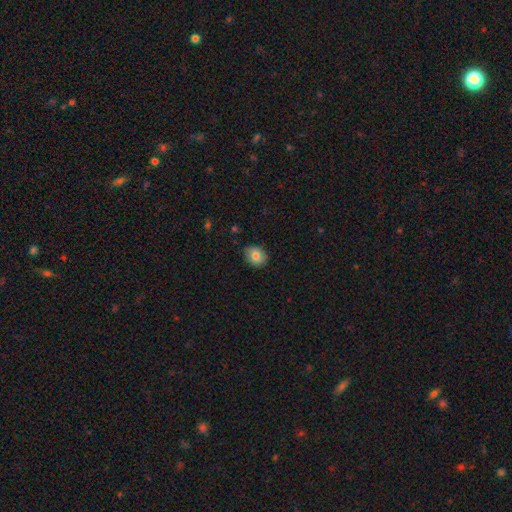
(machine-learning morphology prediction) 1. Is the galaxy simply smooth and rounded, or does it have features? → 79% smooth, 13% featured or disk, 8% star or artifact.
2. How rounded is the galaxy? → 53% round, 46% in between, 1% cigar-shaped.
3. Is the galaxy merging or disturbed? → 86% none, 11% minor disturbance, 2% major disturbance, 1% merger.